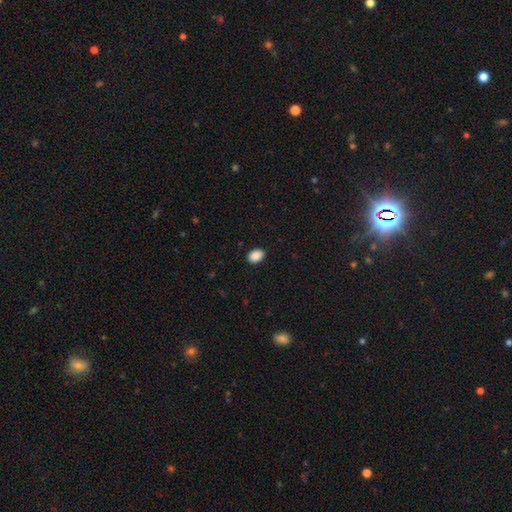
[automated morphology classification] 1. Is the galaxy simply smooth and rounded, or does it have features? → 90% smooth, 8% star or artifact, 2% featured or disk.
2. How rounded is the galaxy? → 78% in between, 21% round, 1% cigar-shaped.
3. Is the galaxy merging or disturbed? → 89% none, 8% minor disturbance, 2% major disturbance, 1% merger.